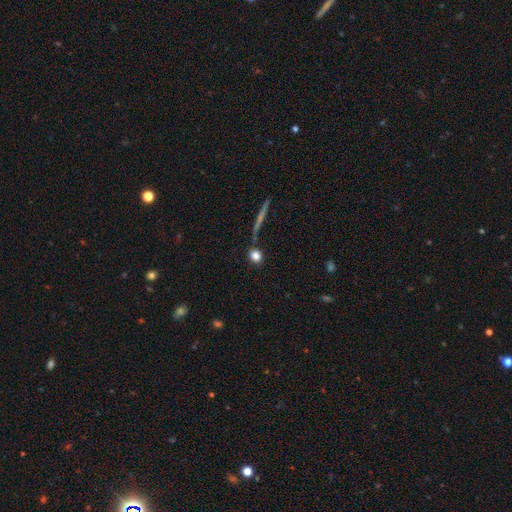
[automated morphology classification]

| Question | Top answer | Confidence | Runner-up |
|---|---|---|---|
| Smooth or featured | smooth | 81% | star or artifact (11%) |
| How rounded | round | 80% | in between (15%) |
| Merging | none | 77% | minor disturbance (11%) |